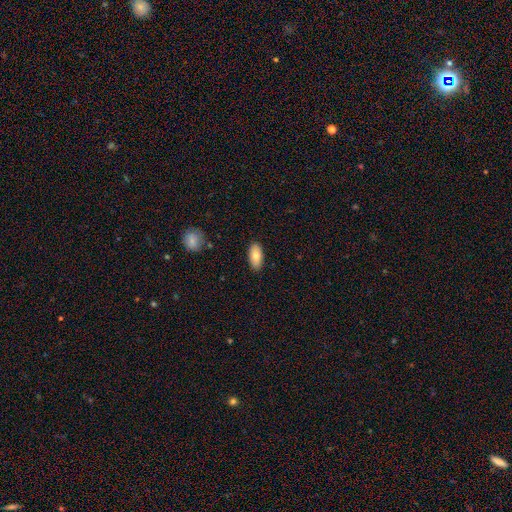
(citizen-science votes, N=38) Smooth or featured? smooth (84%)
How rounded? in between (94%)
Merging? none (95%)